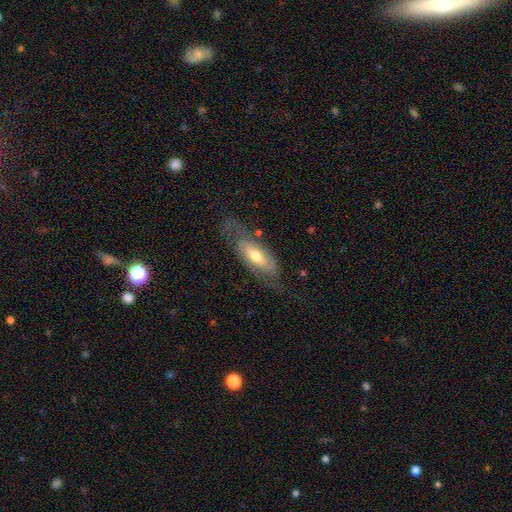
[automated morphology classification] Smooth or featured?
  - featured or disk: 58% *
  - smooth: 36%
  - star or artifact: 6%
Edge-on disk?
  - no: 76% *
  - yes: 24%
Merging?
  - none: 62% *
  - minor disturbance: 22%
  - major disturbance: 14%
  - merger: 2%